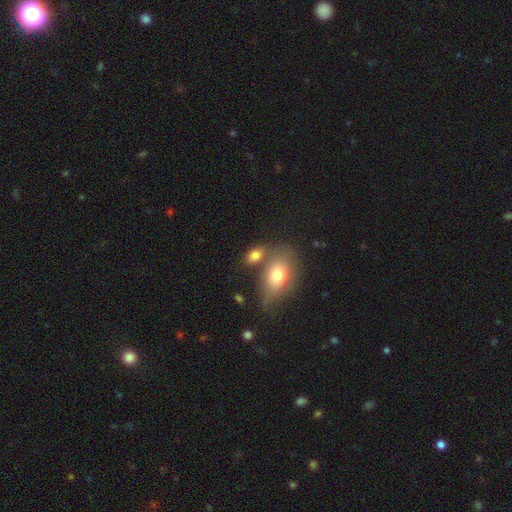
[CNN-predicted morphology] The model was most divided on "merging": none: 49%, merger: 30%, minor disturbance: 15%, major disturbance: 6%. More confident: how rounded — in between (83%); smooth or featured — smooth (78%).